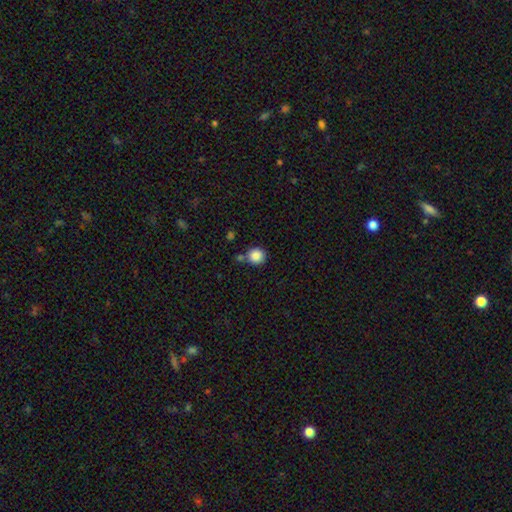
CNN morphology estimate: This appears to be a smooth galaxy with no disk features (87%) that is round (92%). Merging: none (71%).